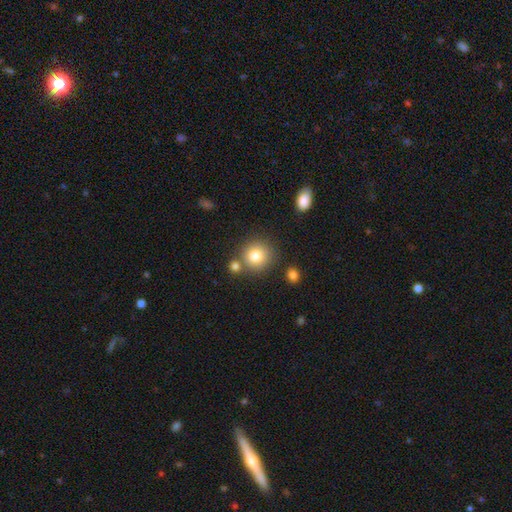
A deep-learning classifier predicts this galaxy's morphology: A smooth galaxy with no disk features (80%) that is round (89%). Merging: none (72%).